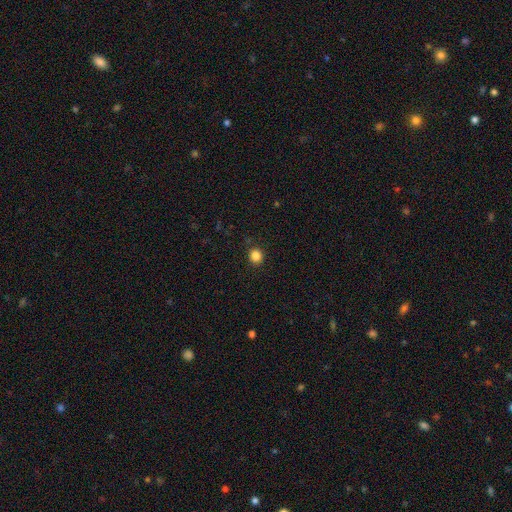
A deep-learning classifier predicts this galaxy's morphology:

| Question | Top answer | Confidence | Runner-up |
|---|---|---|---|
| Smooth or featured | smooth | 84% | star or artifact (12%) |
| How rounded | round | 88% | in between (11%) |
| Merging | none | 90% | minor disturbance (6%) |